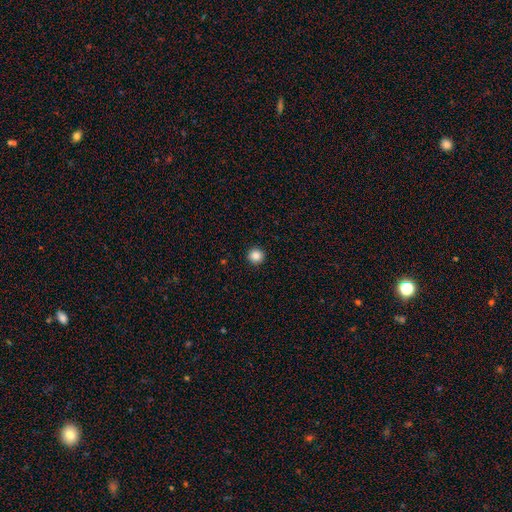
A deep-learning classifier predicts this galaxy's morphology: Smooth or featured?
  - smooth: 86% *
  - star or artifact: 10%
  - featured or disk: 4%
How rounded?
  - round: 96% *
  - in between: 3%
  - cigar-shaped: 1%
Merging?
  - none: 93% *
  - minor disturbance: 4%
  - major disturbance: 1%
  - merger: 1%